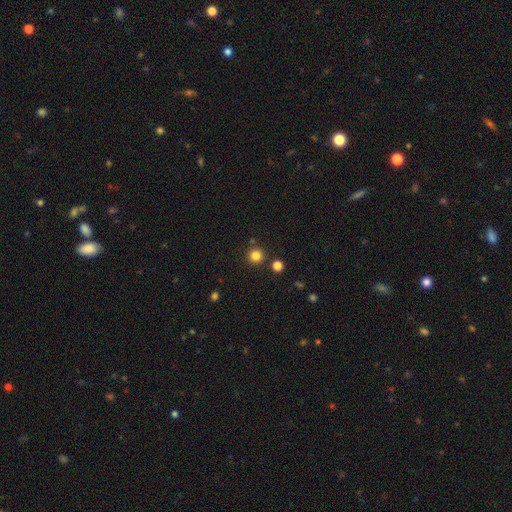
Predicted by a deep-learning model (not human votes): Smooth or featured?
  - smooth: 82% *
  - star or artifact: 14%
  - featured or disk: 5%
How rounded?
  - round: 95% *
  - in between: 4%
  - cigar-shaped: 1%
Merging?
  - none: 87% *
  - minor disturbance: 6%
  - merger: 6%
  - major disturbance: 2%